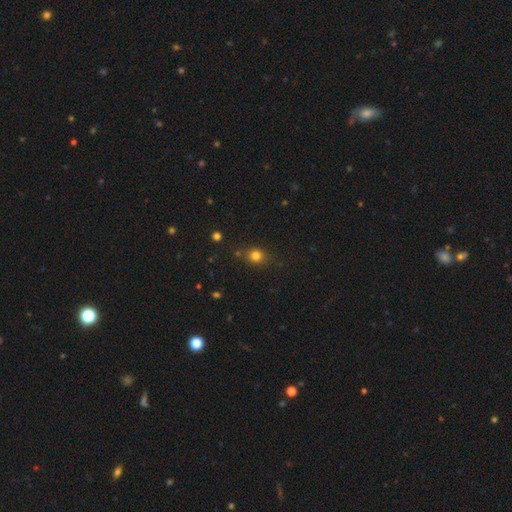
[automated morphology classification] Overall: smooth (78%). How rounded: round (79%). Merging: none (81%).